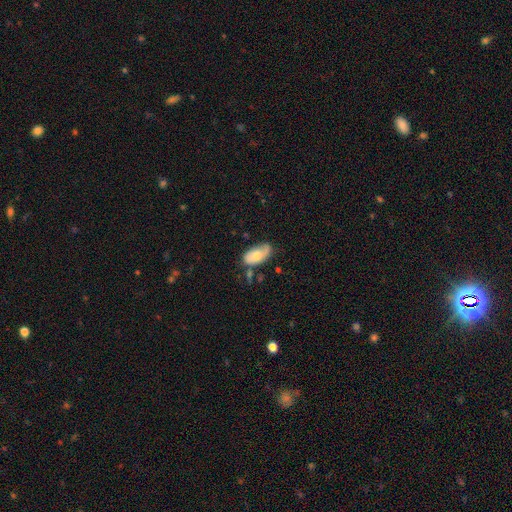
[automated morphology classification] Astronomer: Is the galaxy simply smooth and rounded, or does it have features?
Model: smooth — 61%.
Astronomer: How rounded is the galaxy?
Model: in between — 94%.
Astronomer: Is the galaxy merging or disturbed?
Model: none — 52% (runner-up: minor disturbance, 31%).